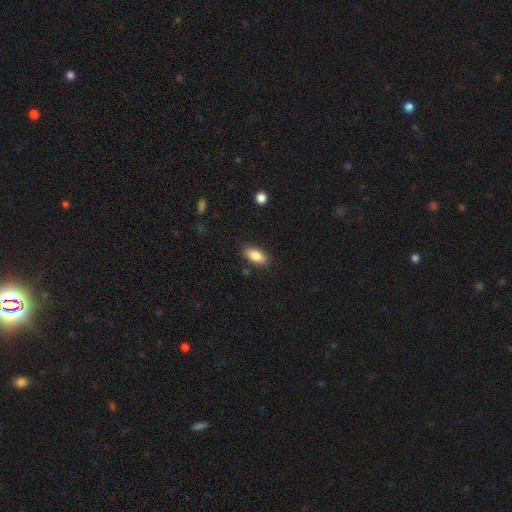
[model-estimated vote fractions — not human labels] Smooth or featured?
  - smooth: 86% *
  - featured or disk: 7%
  - star or artifact: 7%
How rounded?
  - in between: 89% *
  - cigar-shaped: 8%
  - round: 3%
Merging?
  - none: 86% *
  - minor disturbance: 10%
  - major disturbance: 2%
  - merger: 1%